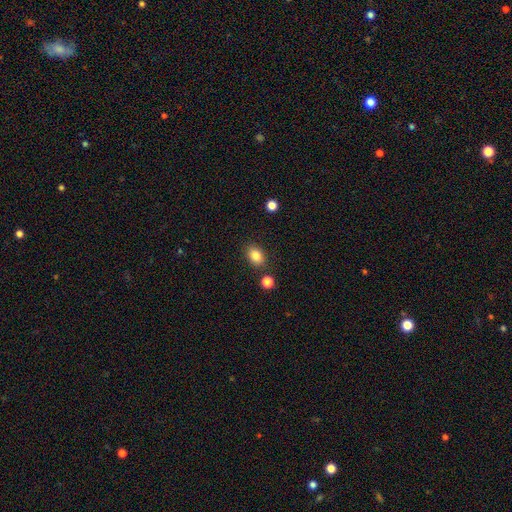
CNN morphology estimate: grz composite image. It shows a smooth galaxy with no disk features (84%) that is in between round and cigar-shaped (71%). Merging: none (82%).